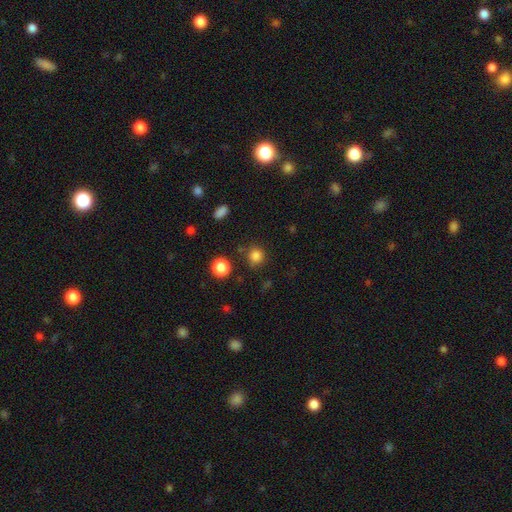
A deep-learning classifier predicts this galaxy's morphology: Overall: smooth (82%). How rounded: round (89%). Merging: none (82%).